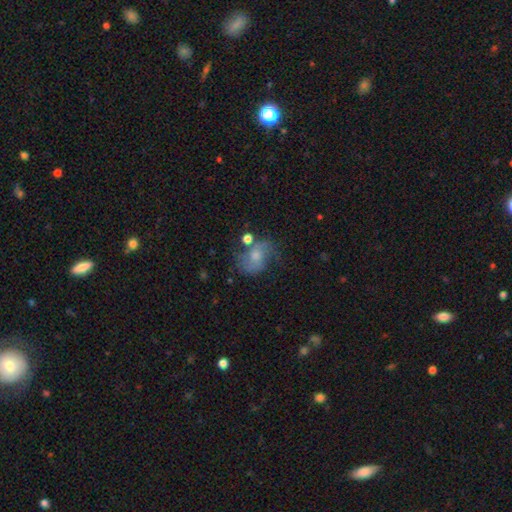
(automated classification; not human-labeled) Smooth or featured? featured or disk (48%)
Merging? none (45%)